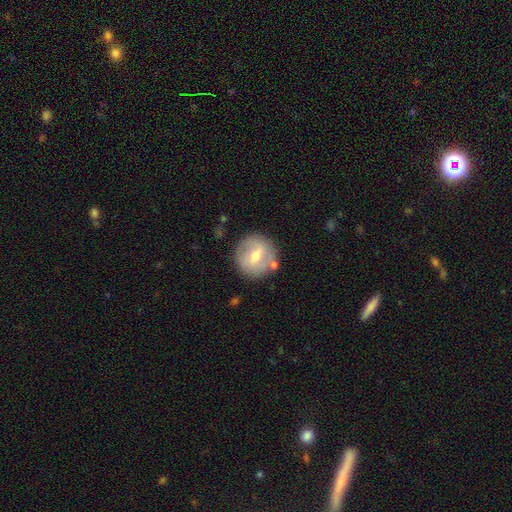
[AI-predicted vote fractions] Morphology: type=smooth (52%); roundness=round (93%); merging=none (81%).